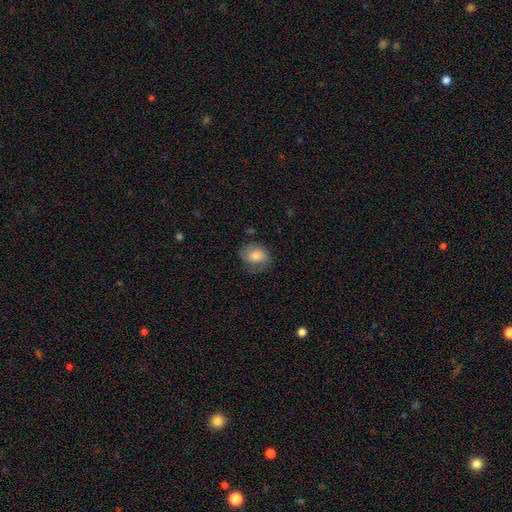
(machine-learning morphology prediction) smooth_or_featured: smooth (p=0.64) [alt: featured or disk p=0.28]
how_rounded: in between (p=0.56) [alt: round p=0.43]
merging: none (p=0.64) [alt: minor disturbance p=0.25]